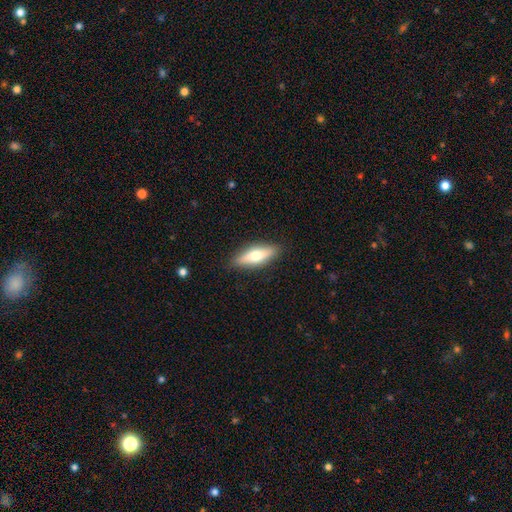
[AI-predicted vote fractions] This appears to be a smooth galaxy with no disk features (58%) that is cigar-shaped (50%). Merging: none (88%).